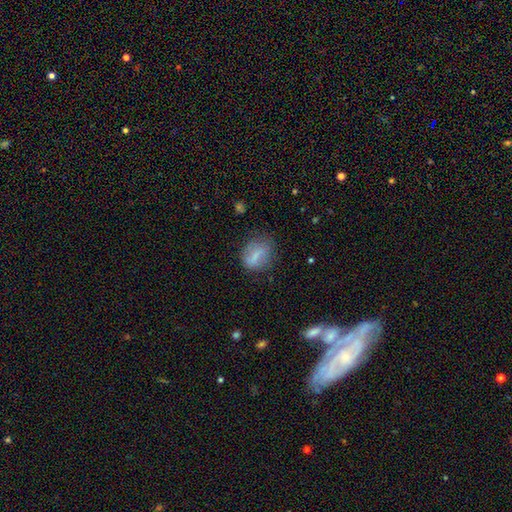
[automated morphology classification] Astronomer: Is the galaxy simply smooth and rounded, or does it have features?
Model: smooth — 64%.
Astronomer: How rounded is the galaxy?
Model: in between — 62%.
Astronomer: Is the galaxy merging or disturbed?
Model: none — 62%.